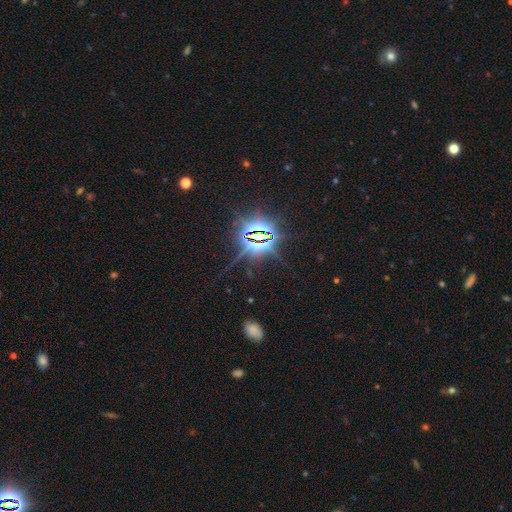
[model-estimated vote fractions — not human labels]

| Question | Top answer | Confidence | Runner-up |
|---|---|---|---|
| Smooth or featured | star or artifact | 83% | smooth (11%) |